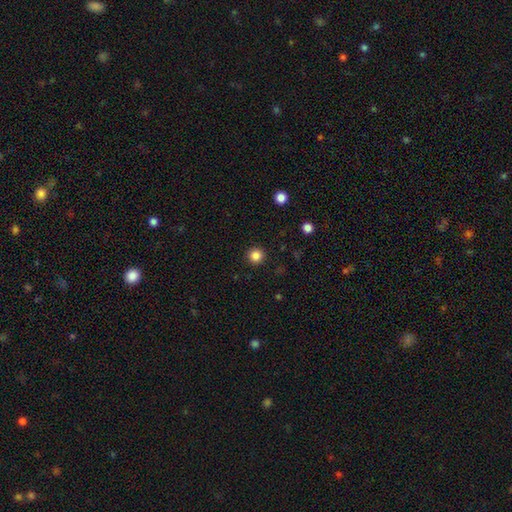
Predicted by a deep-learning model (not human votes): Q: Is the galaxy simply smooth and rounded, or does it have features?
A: smooth — 85%.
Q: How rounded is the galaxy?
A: round — 96%.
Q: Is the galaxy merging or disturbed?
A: none — 93%.